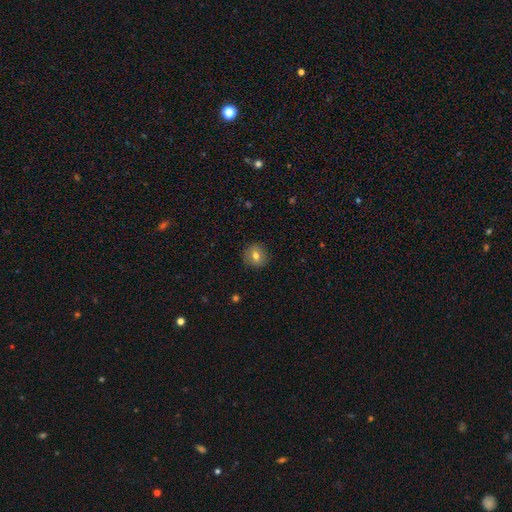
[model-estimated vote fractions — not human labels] Smooth or featured?
  - smooth: 75% *
  - featured or disk: 15%
  - star or artifact: 10%
How rounded?
  - round: 90% *
  - in between: 9%
  - cigar-shaped: 1%
Merging?
  - none: 89% *
  - minor disturbance: 8%
  - major disturbance: 2%
  - merger: 1%